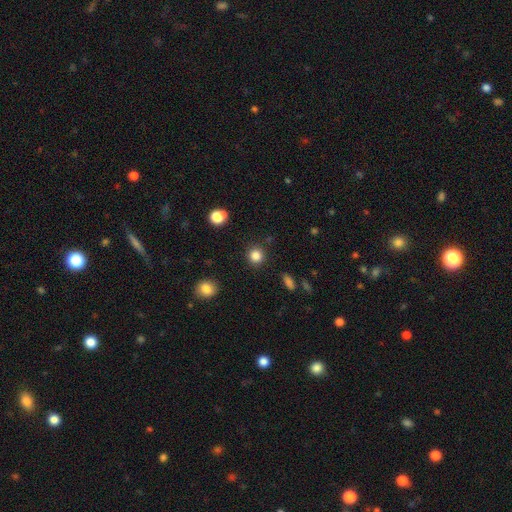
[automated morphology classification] Smooth or featured? smooth (85%)
How rounded? round (92%)
Merging? none (89%)